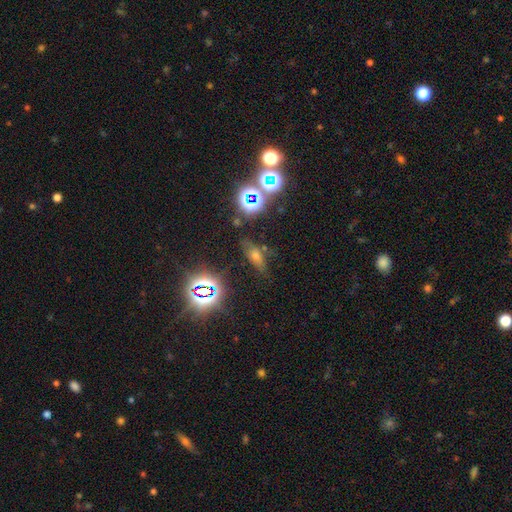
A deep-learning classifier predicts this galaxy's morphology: Smooth or featured: star or artifact — 42% (smooth — 38%)